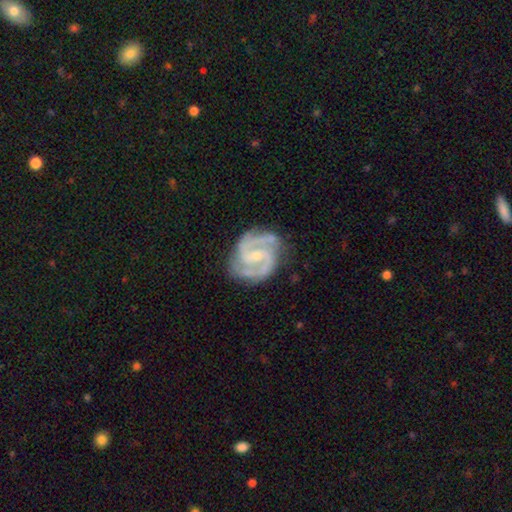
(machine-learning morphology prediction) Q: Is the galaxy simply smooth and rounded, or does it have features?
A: featured or disk — 92%.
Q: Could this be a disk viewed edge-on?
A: no — 98%.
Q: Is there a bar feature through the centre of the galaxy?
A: weak — 47%.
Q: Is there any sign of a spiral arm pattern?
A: yes — 98%.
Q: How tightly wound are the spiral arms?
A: medium — 53%.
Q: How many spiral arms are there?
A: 2 — 73%.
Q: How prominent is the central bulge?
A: small — 67%.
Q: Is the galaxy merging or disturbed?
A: none — 76%.